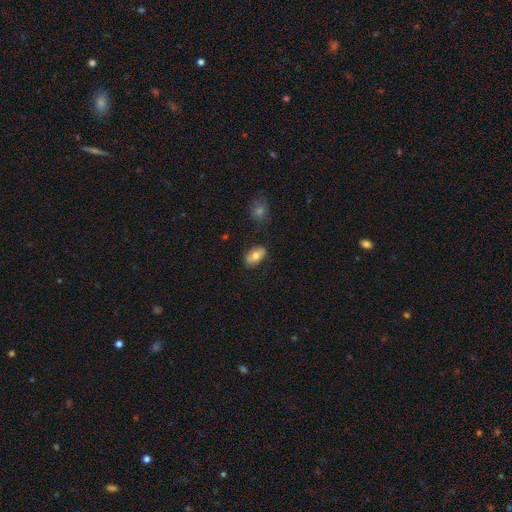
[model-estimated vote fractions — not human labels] smooth_or_featured: smooth (p=0.72) [alt: featured or disk p=0.20]
how_rounded: in between (p=0.91) [alt: round p=0.06]
merging: none (p=0.83) [alt: minor disturbance p=0.12]